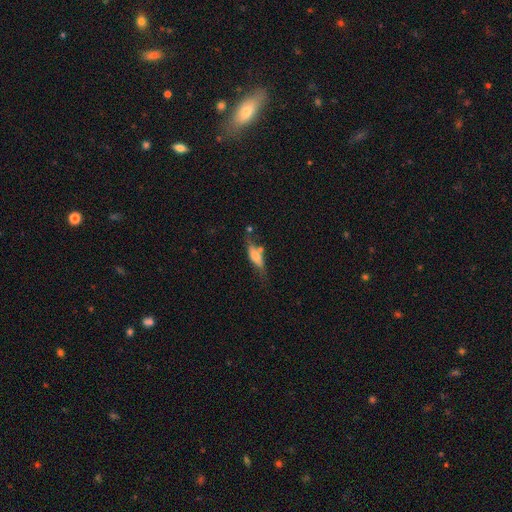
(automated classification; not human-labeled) smooth_or_featured: smooth (p=0.58) [alt: featured or disk p=0.35]
how_rounded: cigar-shaped (p=0.49) [alt: in between p=0.47]
merging: none (p=0.49) [alt: minor disturbance p=0.26]